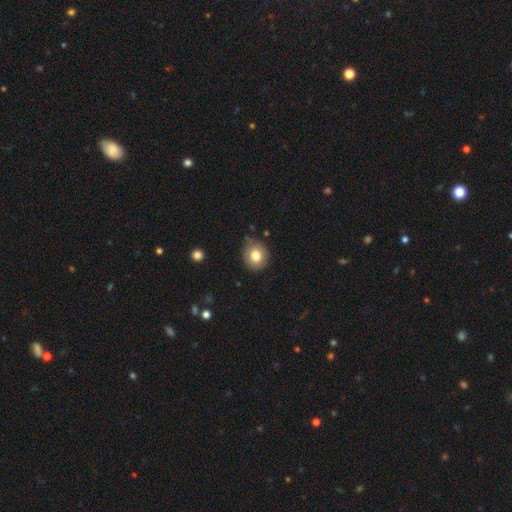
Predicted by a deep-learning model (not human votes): This is likely a smooth galaxy (80%). How rounded: likely round (78%). Merging: likely none (75%).